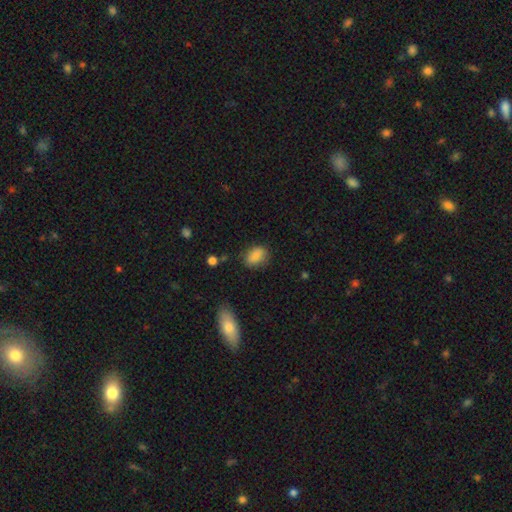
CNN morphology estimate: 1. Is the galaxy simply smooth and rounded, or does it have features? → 84% smooth, 9% star or artifact, 7% featured or disk.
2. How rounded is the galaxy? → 81% in between, 17% round, 2% cigar-shaped.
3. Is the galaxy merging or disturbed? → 77% none, 17% minor disturbance, 4% major disturbance, 2% merger.